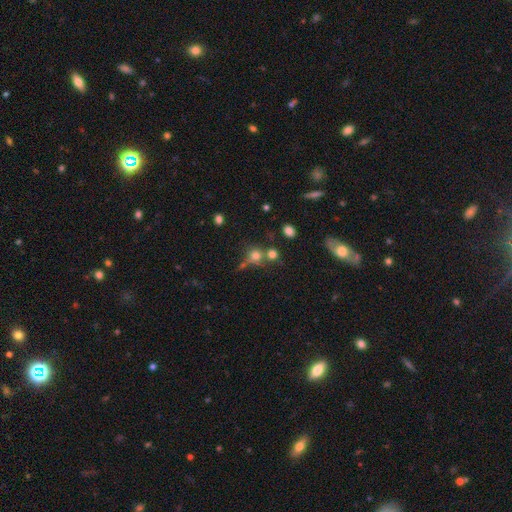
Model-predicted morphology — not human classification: This appears to be a smooth galaxy with no disk features (71%) that is round (88%). Merging: none (55%).